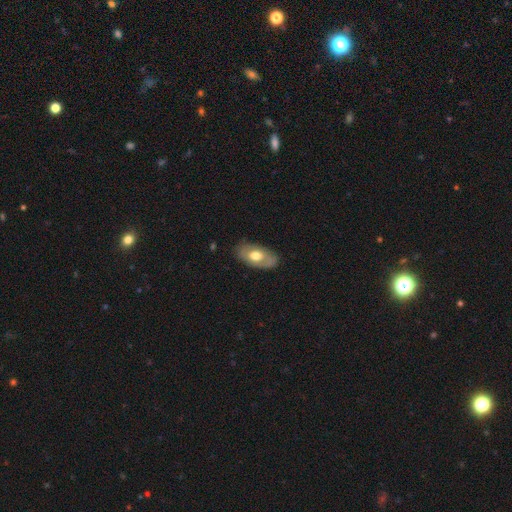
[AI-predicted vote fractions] A smooth galaxy with no disk features (53%) that is in between round and cigar-shaped (91%).

Vote fractions:
- Smooth or featured? smooth: 53% / featured or disk: 41% / star or artifact: 6%
- How rounded? in between: 91% / round: 5% / cigar-shaped: 3%
- Merging? none: 79% / minor disturbance: 16% / major disturbance: 4% / merger: 1%